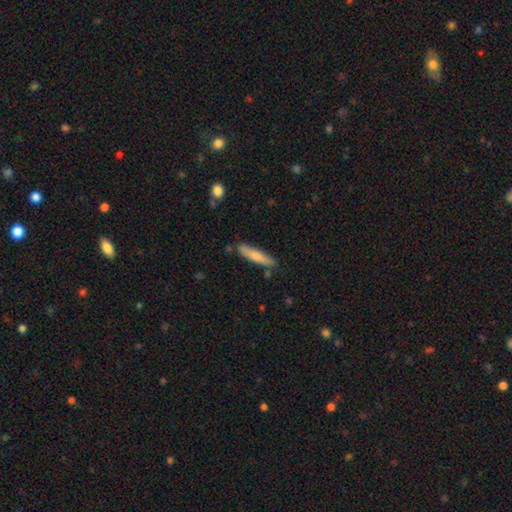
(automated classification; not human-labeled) Smooth or featured?
  - smooth: 74% *
  - featured or disk: 20%
  - star or artifact: 6%
How rounded?
  - cigar-shaped: 85% *
  - in between: 13%
  - round: 1%
Merging?
  - none: 80% *
  - minor disturbance: 14%
  - merger: 3%
  - major disturbance: 2%